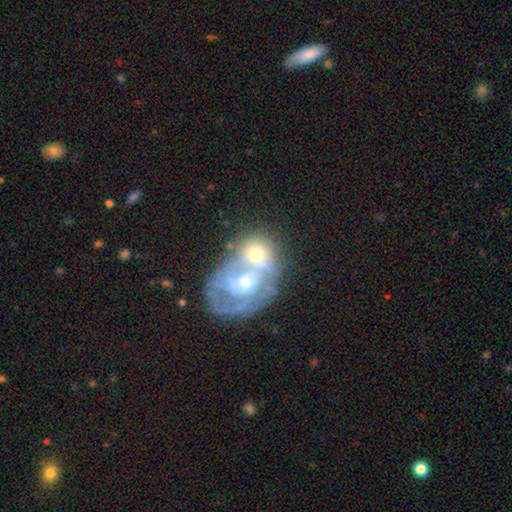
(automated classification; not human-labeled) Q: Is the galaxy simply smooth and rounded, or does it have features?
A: featured or disk — 67%.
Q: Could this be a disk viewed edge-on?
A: no — 95%.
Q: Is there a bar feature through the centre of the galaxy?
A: no — 64%.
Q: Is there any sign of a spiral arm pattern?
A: yes — 58%.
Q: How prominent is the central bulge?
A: moderate — 63%.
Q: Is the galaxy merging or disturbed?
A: merger — 67%.